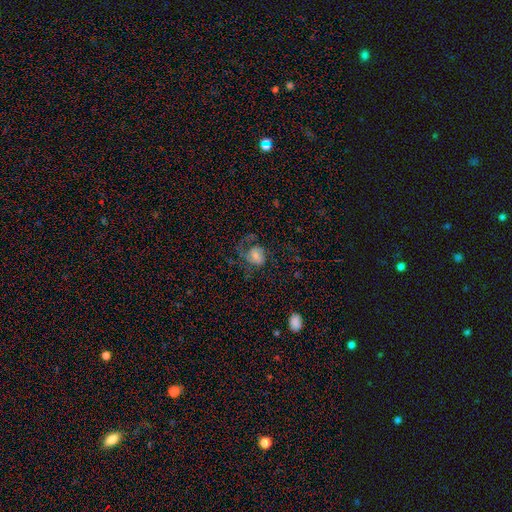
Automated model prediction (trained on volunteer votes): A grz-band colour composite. It shows a featured or disk galaxy (47%). Merging: major disturbance (40%).